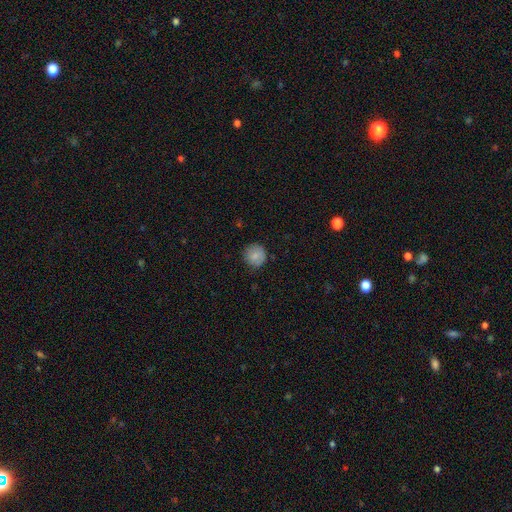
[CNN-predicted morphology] Overall: smooth (82%). How rounded: round (93%). Merging: none (83%).